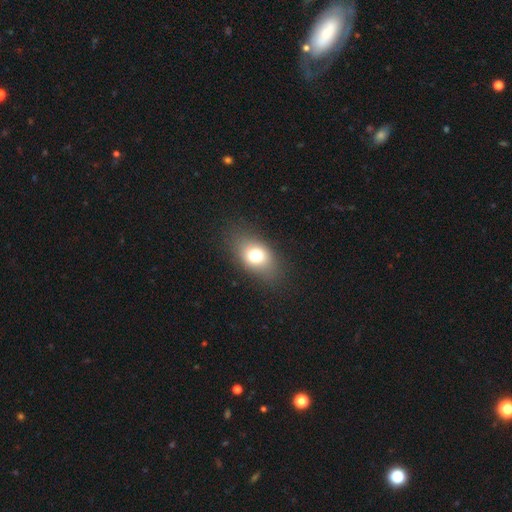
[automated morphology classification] Smooth or featured? Predicted: smooth (p=0.73). How rounded? Predicted: in between (p=0.78). Merging? Predicted: none (p=0.82).